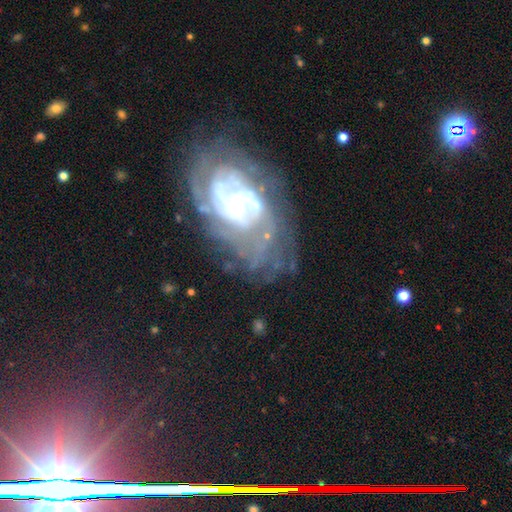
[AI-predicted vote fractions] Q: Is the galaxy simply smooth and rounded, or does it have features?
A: featured or disk — 79%.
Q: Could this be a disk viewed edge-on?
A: no — 96%.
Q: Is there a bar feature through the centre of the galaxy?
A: no — 72%.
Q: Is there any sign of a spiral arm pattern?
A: yes — 83%.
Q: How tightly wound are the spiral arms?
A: tight — 61%.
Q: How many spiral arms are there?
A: can't tell — 46%.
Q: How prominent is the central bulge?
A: small — 71%.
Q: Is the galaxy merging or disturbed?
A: none — 52%.